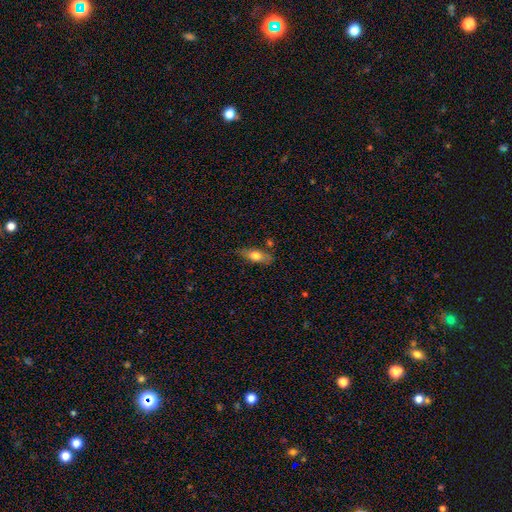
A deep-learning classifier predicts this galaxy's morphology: The model was most divided on "how rounded": in between: 69%, cigar-shaped: 27%, round: 4%. More confident: merging — none (74%); smooth or featured — smooth (68%).